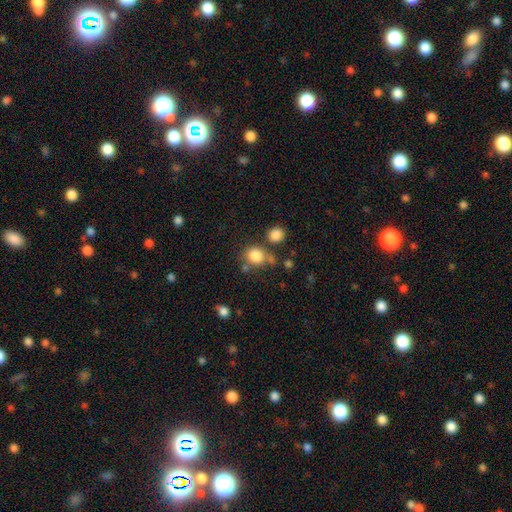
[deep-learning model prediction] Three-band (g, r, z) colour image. It shows a smooth galaxy with no disk features (83%) that is round (77%). Merging: none (60%).